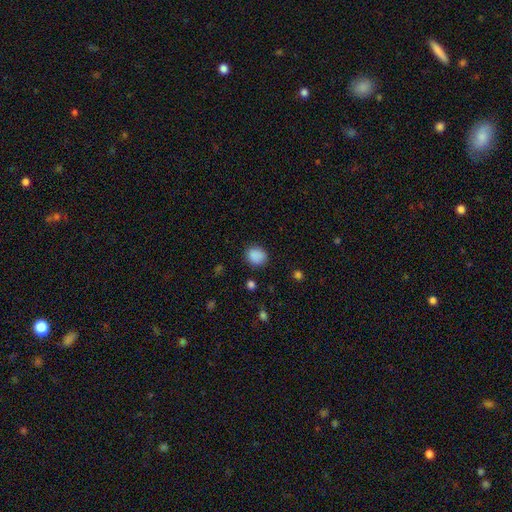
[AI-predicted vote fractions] Smooth or featured? smooth (87%)
How rounded? round (68%)
Merging? none (83%)